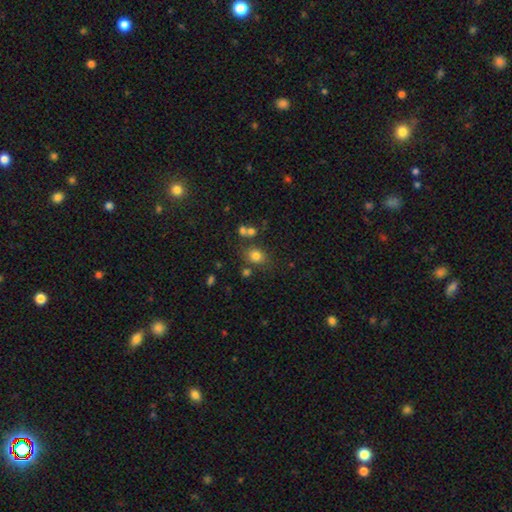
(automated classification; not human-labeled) smooth-or-featured: smooth: 77% | star or artifact: 14% | featured or disk: 9%
  how-rounded: round: 56% | in between: 43% | cigar-shaped: 1%
  merging: none: 68% | minor disturbance: 13% | merger: 13% | major disturbance: 5%